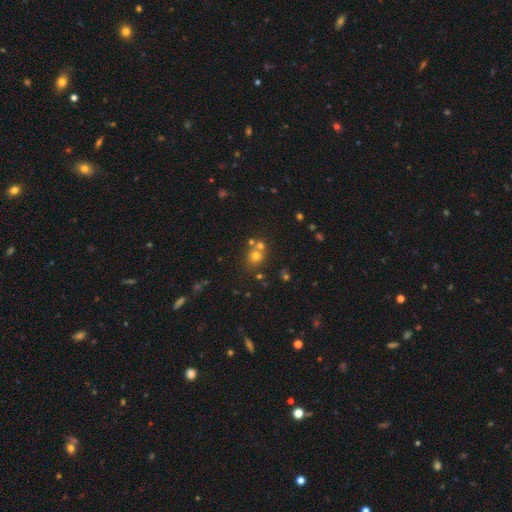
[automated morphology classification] smooth_or_featured: smooth (p=0.67) [alt: star or artifact p=0.21]
how_rounded: round (p=0.83) [alt: in between p=0.16]
merging: none (p=0.57) [alt: merger p=0.31]